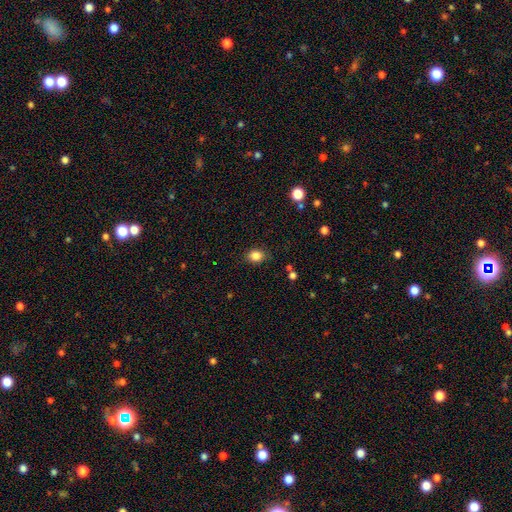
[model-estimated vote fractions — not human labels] The model was most divided on "how rounded": round: 53%, in between: 46%, cigar-shaped: 1%. More confident: smooth or featured — smooth (85%); merging — none (84%).